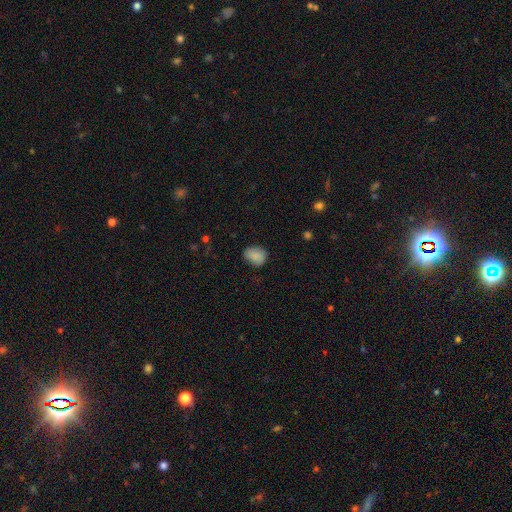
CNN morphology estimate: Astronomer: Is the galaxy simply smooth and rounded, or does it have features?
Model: smooth — 85%.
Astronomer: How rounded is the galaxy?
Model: in between — 52% (runner-up: round, 47%).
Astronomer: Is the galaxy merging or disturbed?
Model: none — 71%.